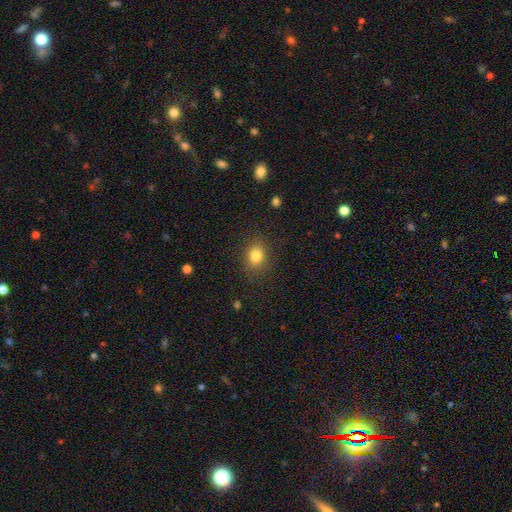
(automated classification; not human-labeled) The model was most divided on "how rounded": round: 53%, in between: 46%, cigar-shaped: 1%. More confident: merging — none (85%); smooth or featured — smooth (82%).